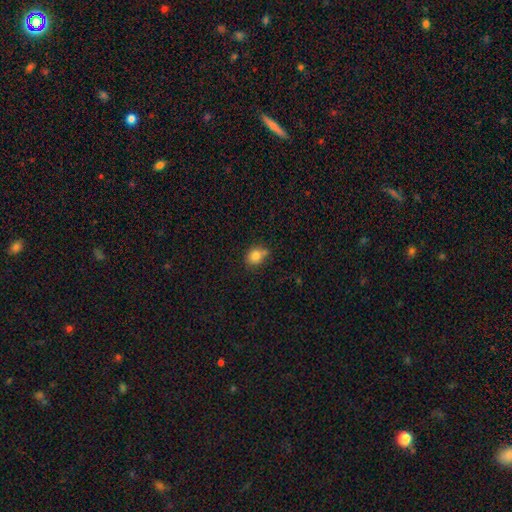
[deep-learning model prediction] smooth_or_featured: smooth (p=0.82) [alt: star or artifact p=0.11]
how_rounded: round (p=0.62) [alt: in between p=0.37]
merging: none (p=0.56) [alt: minor disturbance p=0.22]